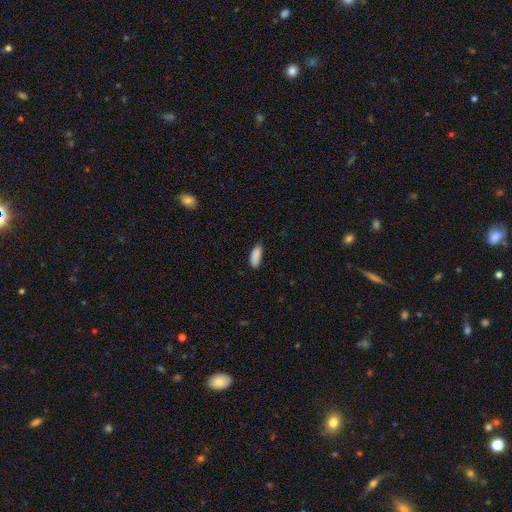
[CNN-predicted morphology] Smooth or featured? smooth (90%)
How rounded? in between (79%)
Merging? none (81%)